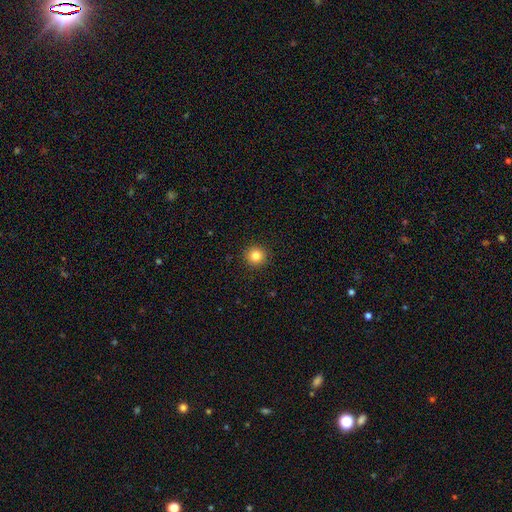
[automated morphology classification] A smooth galaxy with no disk features (83%) that is round (95%). Merging: none (92%).